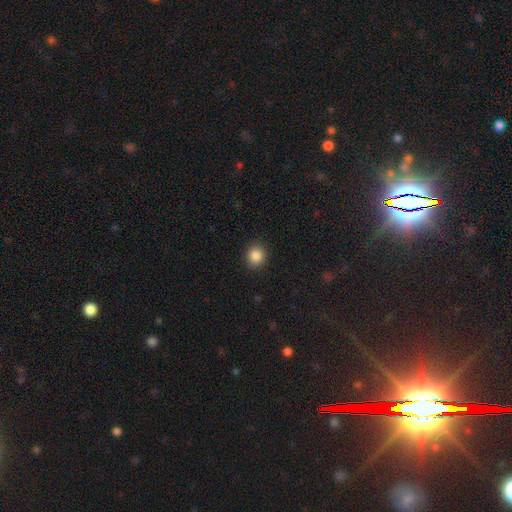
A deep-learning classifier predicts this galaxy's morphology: Q: Smooth or featured?
A: smooth (87%); runner-up: star or artifact (9%)
Q: How rounded?
A: round (84%); runner-up: in between (15%)
Q: Merging?
A: none (91%); runner-up: minor disturbance (6%)